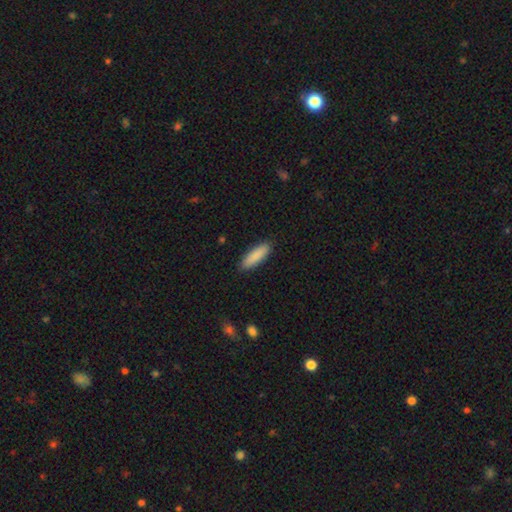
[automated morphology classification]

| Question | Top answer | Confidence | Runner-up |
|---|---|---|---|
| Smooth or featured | smooth | 88% | featured or disk (6%) |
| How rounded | cigar-shaped | 53% | in between (46%) |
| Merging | none | 89% | minor disturbance (8%) |